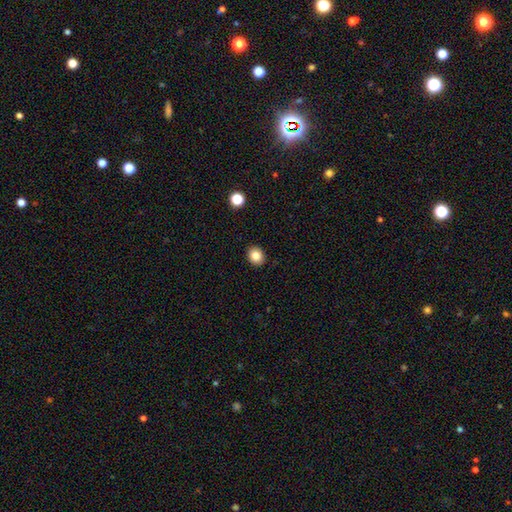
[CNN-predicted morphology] This is clearly a smooth galaxy (84%). How rounded: likely round (63%). Merging: clearly none (91%).